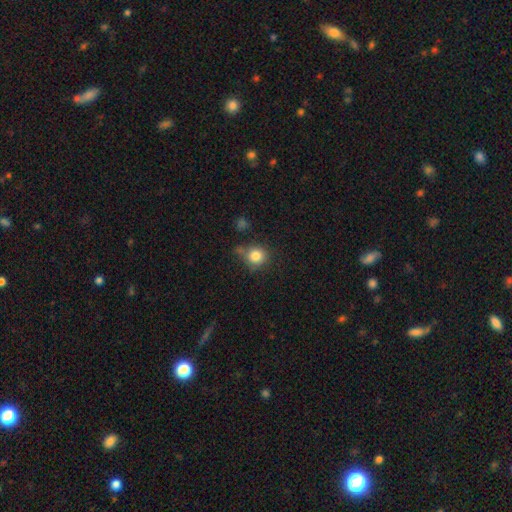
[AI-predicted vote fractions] Overall: smooth (83%). How rounded: round (89%). Merging: none (66%).